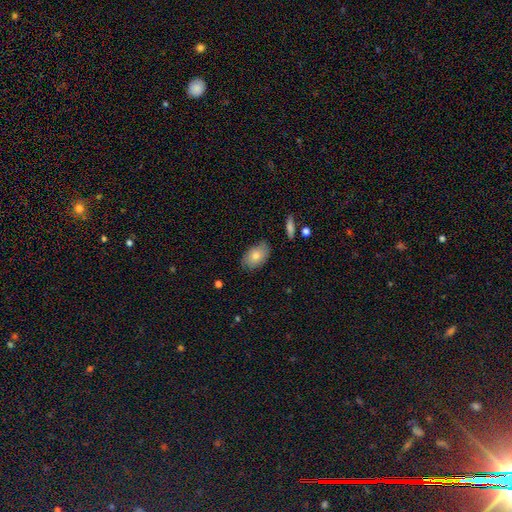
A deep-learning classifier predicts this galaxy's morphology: Smooth or featured? Predicted: smooth (p=0.76). How rounded? Predicted: in between (p=0.90). Merging? Predicted: none (p=0.81).